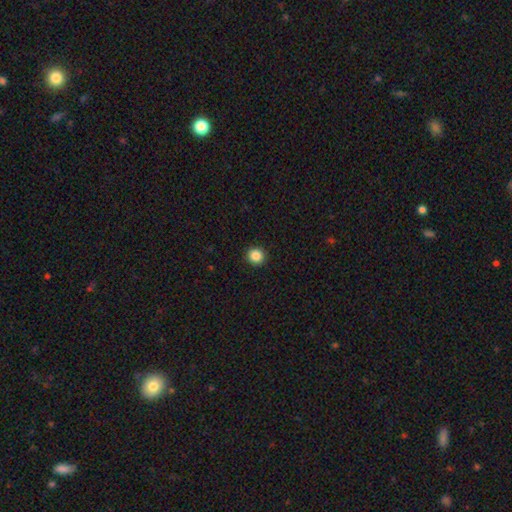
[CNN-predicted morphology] Smooth or featured: smooth — 86% (star or artifact — 11%)
How rounded: round — 93% (in between — 6%)
Merging: none — 93% (minor disturbance — 5%)